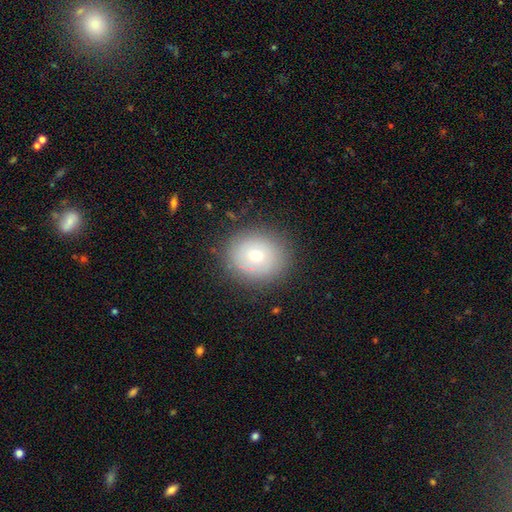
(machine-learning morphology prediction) smooth_or_featured: smooth (p=0.61) [alt: featured or disk p=0.28]
how_rounded: round (p=0.75) [alt: in between p=0.24]
merging: none (p=0.83) [alt: minor disturbance p=0.12]